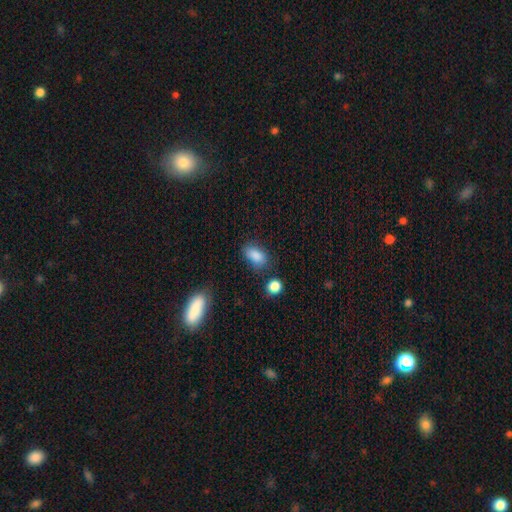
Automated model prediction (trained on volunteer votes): The model was most divided on "merging": none: 68%, minor disturbance: 21%, major disturbance: 6%, merger: 5%. More confident: how rounded — in between (86%); smooth or featured — smooth (85%).